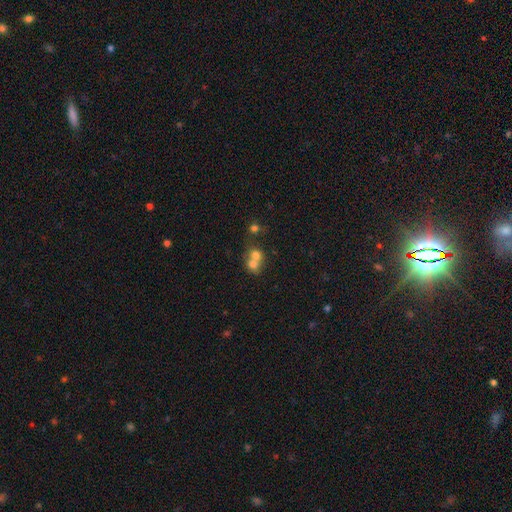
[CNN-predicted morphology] A smooth galaxy with no disk features (70%) that is round (73%). Merging: merger (69%).